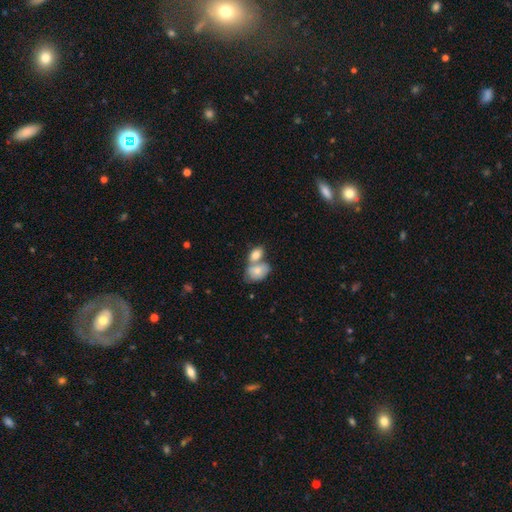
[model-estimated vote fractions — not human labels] This appears to be a smooth galaxy with no disk features (76%) that is in between round and cigar-shaped (82%). Merging: merger (58%).